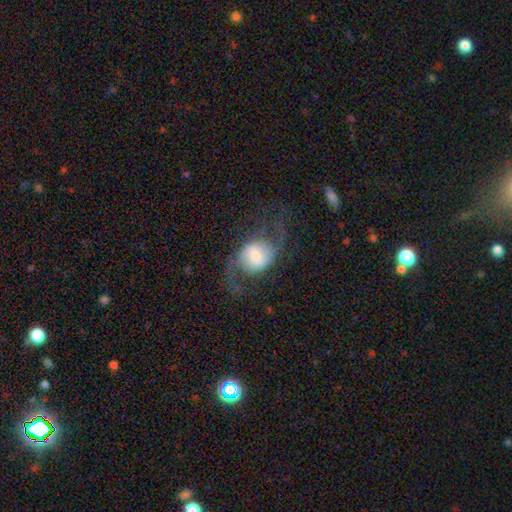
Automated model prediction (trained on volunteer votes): smooth-or-featured: featured or disk: 69% | smooth: 24% | star or artifact: 7%
  disk-edge-on: no: 96% | yes: 4%
    bar: weak: 47% | strong: 29% | no: 24%
    has-spiral-arms: yes: 88% | no: 12%
      spiral-winding: loose: 65% | medium: 29% | tight: 6%
      spiral-arm-count: 2: 91% | can't tell: 3% | 1: 2% | 3: 1% | 4: 1% | more than 4: 1%
    bulge-size: moderate: 33% | small: 26% | large: 23% | dominant: 9% | none: 8%
  merging: none: 60% | major disturbance: 22% | minor disturbance: 16% | merger: 2%